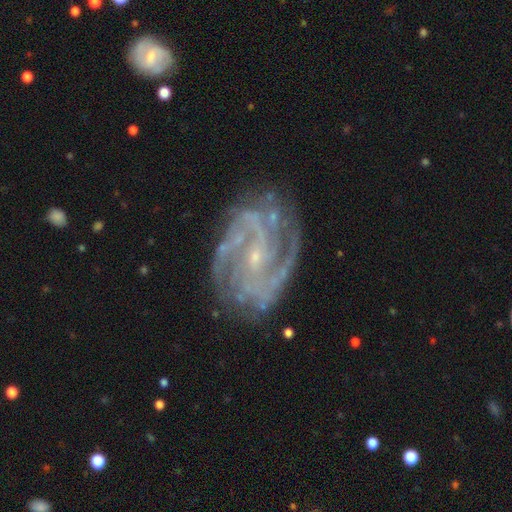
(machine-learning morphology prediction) type=featured or disk (89%); edge-on=no (97%); bar=no (44%); spiral arms=yes (97%); winding=medium (46%); arm count=2 (40%); bulge=small (81%); merging=none (75%).